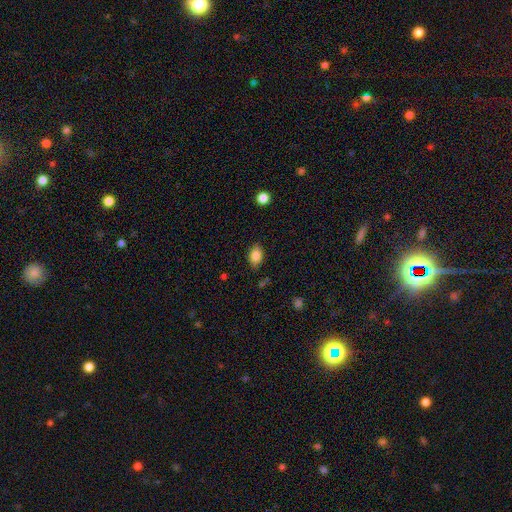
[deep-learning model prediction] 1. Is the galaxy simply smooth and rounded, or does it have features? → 85% smooth, 9% star or artifact, 6% featured or disk.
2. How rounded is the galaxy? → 83% in between, 16% round, 1% cigar-shaped.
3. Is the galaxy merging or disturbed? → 82% none, 13% minor disturbance, 3% major disturbance, 2% merger.